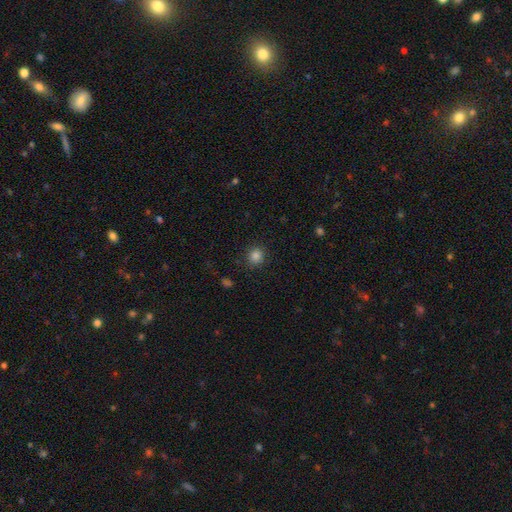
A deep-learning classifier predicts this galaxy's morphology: A smooth galaxy with no disk features (84%) that is round (83%).

Vote fractions:
- Smooth or featured? smooth: 84% / star or artifact: 12% / featured or disk: 4%
- How rounded? round: 83% / in between: 16% / cigar-shaped: 1%
- Merging? none: 89% / minor disturbance: 7% / major disturbance: 3% / merger: 1%